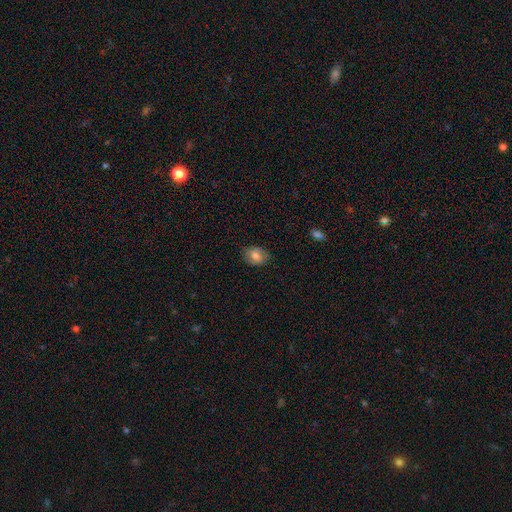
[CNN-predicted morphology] A smooth galaxy with no disk features (65%) that is in between round and cigar-shaped (71%).

Vote fractions:
- Smooth or featured? smooth: 65% / featured or disk: 26% / star or artifact: 9%
- How rounded? in between: 71% / round: 28% / cigar-shaped: 1%
- Merging? none: 79% / minor disturbance: 16% / major disturbance: 4% / merger: 1%